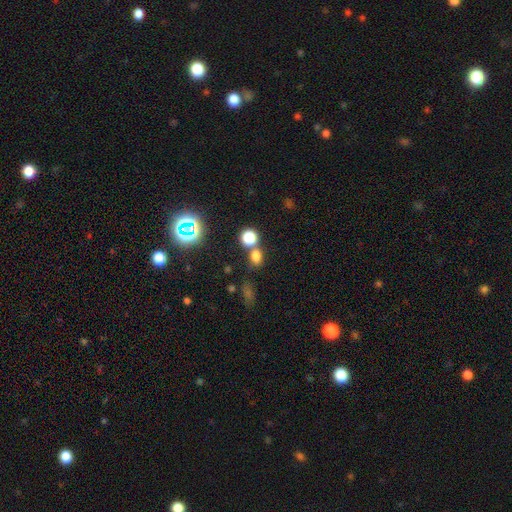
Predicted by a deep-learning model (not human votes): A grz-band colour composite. It shows a smooth galaxy with no disk features (69%) that is round (51%). Merging: none (57%).